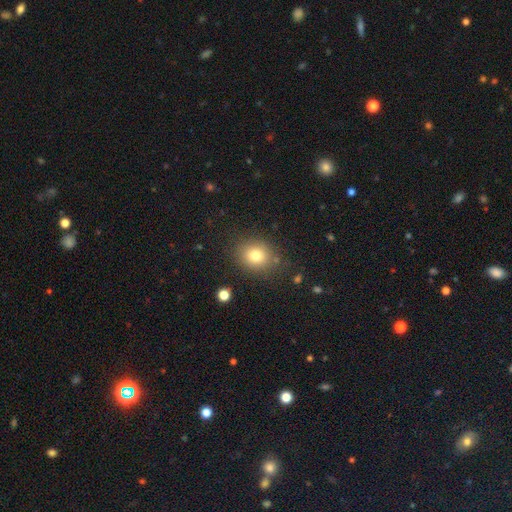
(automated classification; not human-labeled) Smooth or featured?
  - smooth: 78% *
  - star or artifact: 12%
  - featured or disk: 10%
How rounded?
  - round: 72% *
  - in between: 27%
  - cigar-shaped: 1%
Merging?
  - none: 82% *
  - minor disturbance: 11%
  - major disturbance: 4%
  - merger: 3%